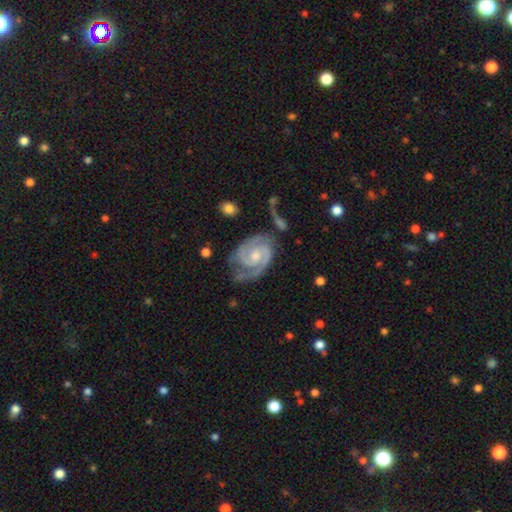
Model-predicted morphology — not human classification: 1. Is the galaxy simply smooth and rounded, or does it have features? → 91% featured or disk, 5% smooth, 4% star or artifact.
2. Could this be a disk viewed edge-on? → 98% no, 2% yes.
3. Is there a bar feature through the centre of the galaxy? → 57% no, 35% weak, 8% strong.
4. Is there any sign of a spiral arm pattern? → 98% yes, 2% no.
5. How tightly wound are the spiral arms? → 53% tight, 40% medium, 7% loose.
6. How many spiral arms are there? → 87% 2, 5% 3, 4% can't tell, 2% 1, 1% 4, 1% more than 4.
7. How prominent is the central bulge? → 49% moderate, 43% small, 4% none, 3% large, 1% dominant.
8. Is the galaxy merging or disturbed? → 65% none, 21% minor disturbance, 9% major disturbance, 4% merger.